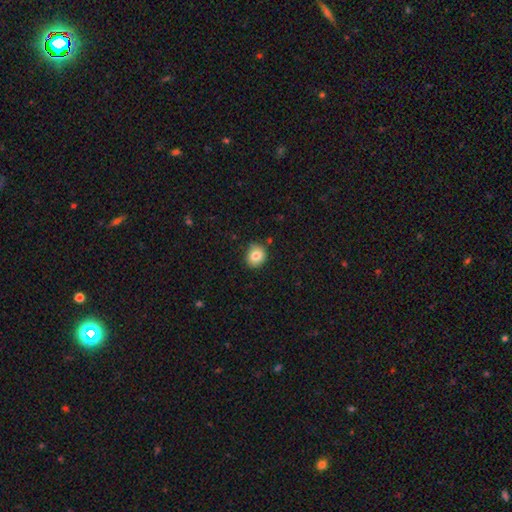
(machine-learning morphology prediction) smooth 82%, star or artifact 10%, featured or disk 8%. Down the decision tree: how rounded — round (79%); merging — none (82%).